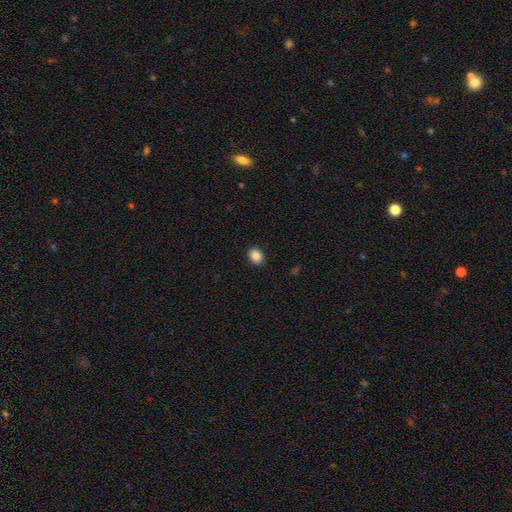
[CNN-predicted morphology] type=smooth (87%); roundness=in between (53%); merging=none (90%).